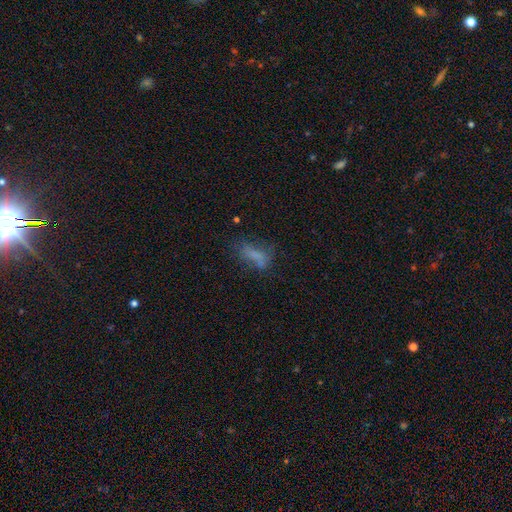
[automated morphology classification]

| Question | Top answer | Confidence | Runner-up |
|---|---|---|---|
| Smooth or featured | smooth | 60% | featured or disk (25%) |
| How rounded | in between | 70% | cigar-shaped (25%) |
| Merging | none | 42% | minor disturbance (25%) |